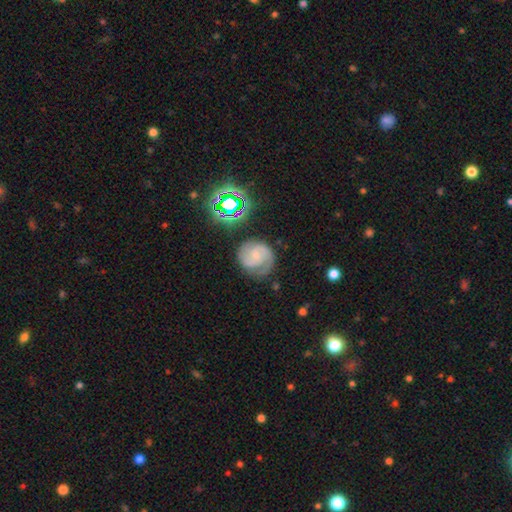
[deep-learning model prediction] A featured or disk galaxy (77%) with no bar (59%), 2 (76%) tight (44%, tied with medium) spiral arms (96%) and a small central bulge (70%).

Vote fractions:
- Smooth or featured? featured or disk: 77% / smooth: 14% / star or artifact: 9%
- Edge-on disk? no: 98% / yes: 2%
- Bar? no: 59% / weak: 34% / strong: 7%
- Spiral arms? yes: 96% / no: 4%
- Spiral winding? tight: 44% (tied) / medium: 44% (tied) / loose: 12%
- Spiral arm count? 2: 76% / can't tell: 9% / 3: 6% / 1: 5% / 4: 2% / more than 4: 2%
- Bulge size? small: 70% / moderate: 18% / none: 10% / large: 1% / dominant: 1%
- Merging? none: 69% / minor disturbance: 20% / major disturbance: 8% / merger: 3%